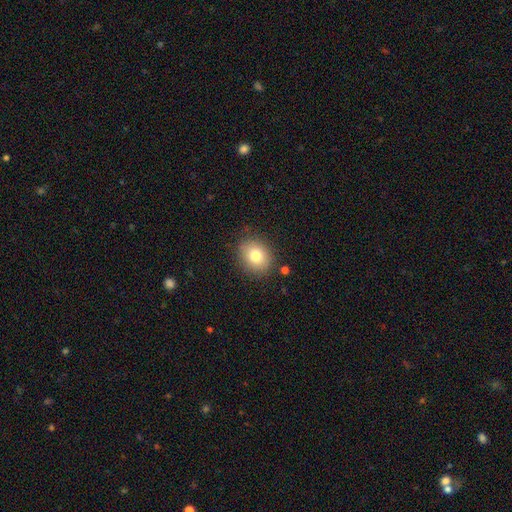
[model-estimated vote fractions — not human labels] smooth-or-featured: smooth: 79% | featured or disk: 11% | star or artifact: 10%
  how-rounded: round: 61% | in between: 38% | cigar-shaped: 1%
  merging: none: 85% | minor disturbance: 10% | major disturbance: 3% | merger: 2%